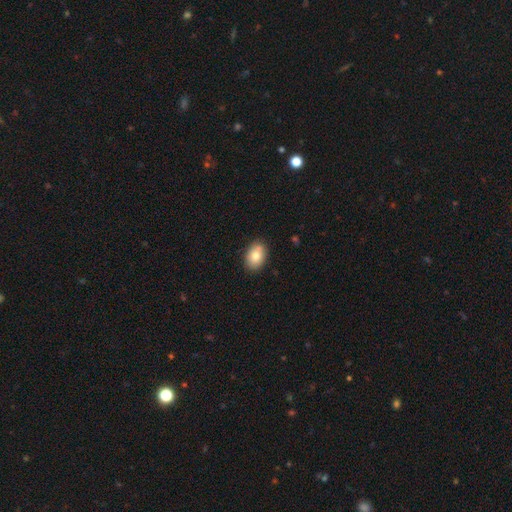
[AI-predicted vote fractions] The model was most divided on "how rounded": in between: 81%, round: 17%, cigar-shaped: 1%. More confident: merging — none (86%); smooth or featured — smooth (81%).